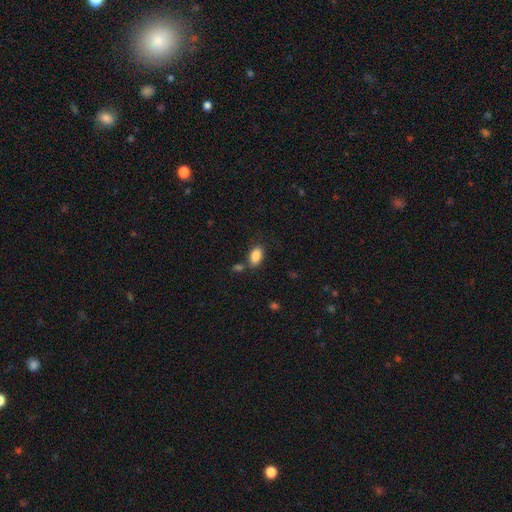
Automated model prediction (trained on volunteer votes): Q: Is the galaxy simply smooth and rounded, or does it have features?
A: smooth — 86%.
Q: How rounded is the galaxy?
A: in between — 91%.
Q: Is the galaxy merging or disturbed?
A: none — 73%.